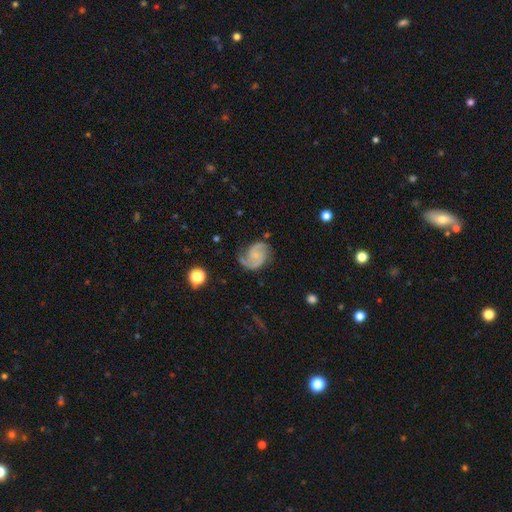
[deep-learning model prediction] A featured or disk galaxy (86%) with no bar (64%), 2 (90%) medium (53%) spiral arms (97%) and a small central bulge (63%). Merging: none (71%).